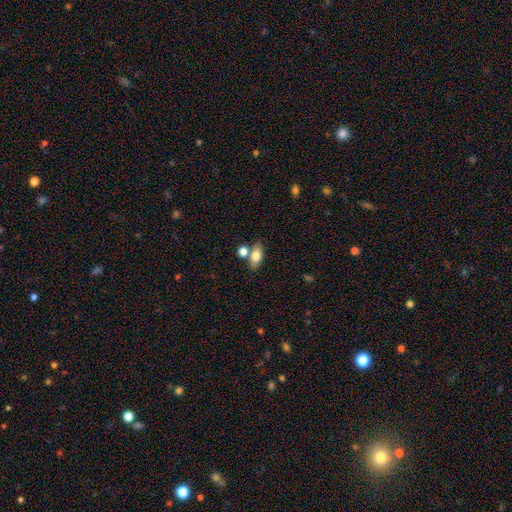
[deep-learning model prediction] Overall: smooth (76%). How rounded: in between (82%). Merging: none (62%; merger 23%).